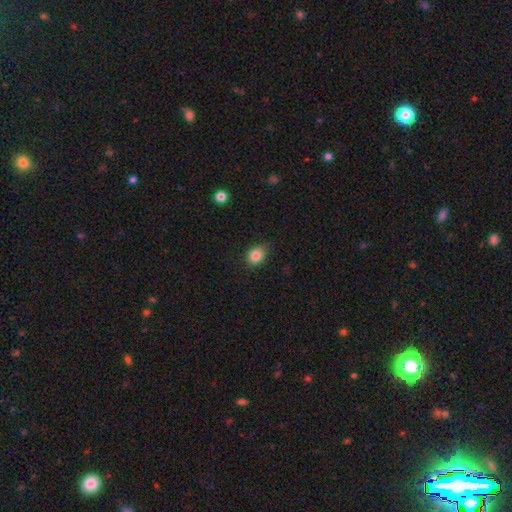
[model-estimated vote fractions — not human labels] Q: Smooth or featured?
A: smooth (84%); runner-up: star or artifact (10%)
Q: How rounded?
A: in between (51%); runner-up: round (48%)
Q: Merging?
A: none (73%); runner-up: minor disturbance (22%)